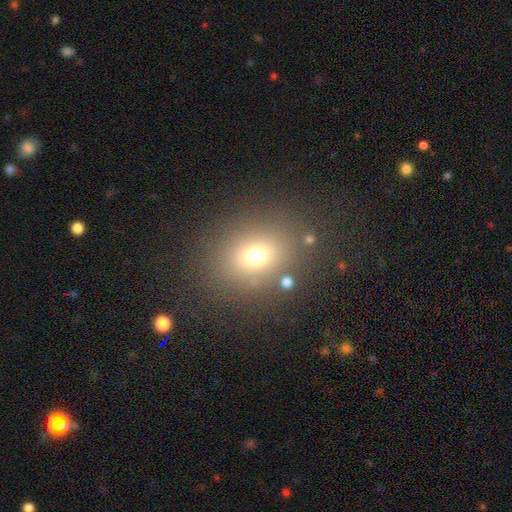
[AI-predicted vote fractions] smooth 68%, star or artifact 19%, featured or disk 12%. Down the decision tree: how rounded — in between (51%); merging — none (80%).